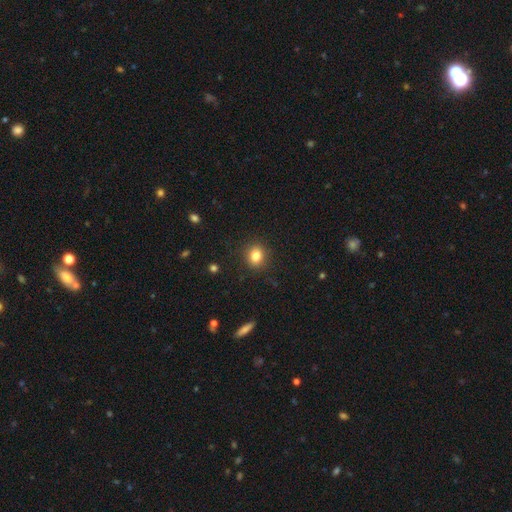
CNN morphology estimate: A smooth galaxy with no disk features (83%) that is round (71%).

Vote fractions:
- Smooth or featured? smooth: 83% / star or artifact: 11% / featured or disk: 6%
- How rounded? round: 71% / in between: 28% / cigar-shaped: 1%
- Merging? none: 89% / minor disturbance: 7% / major disturbance: 2% / merger: 1%